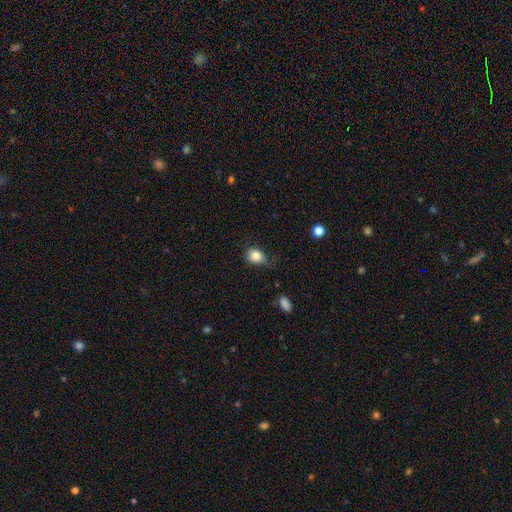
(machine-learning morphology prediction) type=smooth (84%); roundness=in between (51%); merging=none (54%).